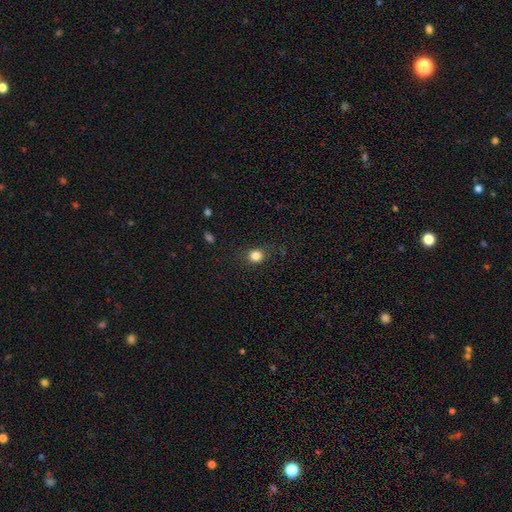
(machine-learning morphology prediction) smooth 83%, star or artifact 12%, featured or disk 5%. Down the decision tree: how rounded — round (73%); merging — none (85%).